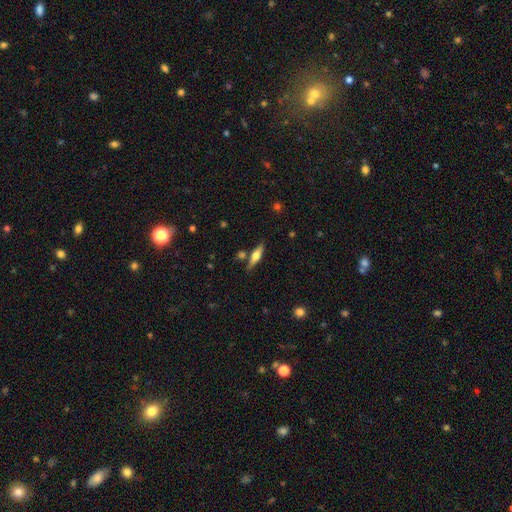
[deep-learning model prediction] This appears to be a featured or disk galaxy (54%) viewed edge-on (95%) with a rounded central bulge (89%). Merging: none (78%).